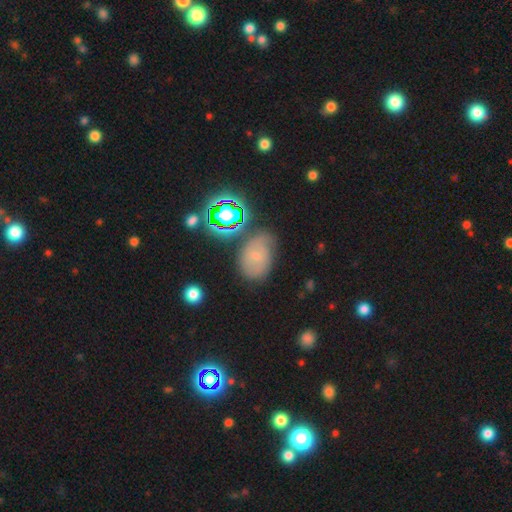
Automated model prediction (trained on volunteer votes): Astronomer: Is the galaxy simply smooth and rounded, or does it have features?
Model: smooth — 42% (runner-up: featured or disk, 35%).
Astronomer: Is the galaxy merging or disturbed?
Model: none — 58%.